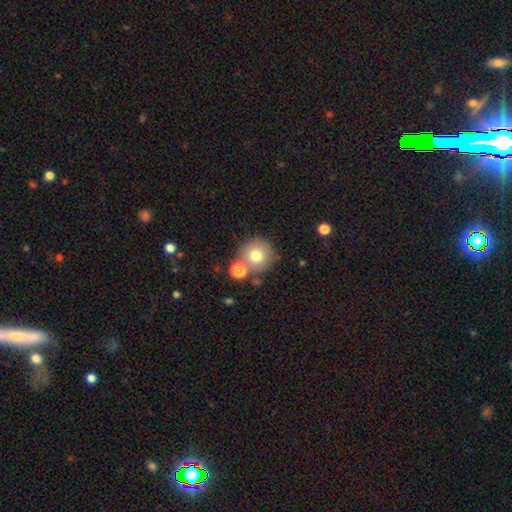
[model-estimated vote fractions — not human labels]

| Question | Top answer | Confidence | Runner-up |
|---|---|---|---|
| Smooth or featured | smooth | 75% | featured or disk (13%) |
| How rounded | round | 92% | in between (7%) |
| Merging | none | 71% | merger (16%) |